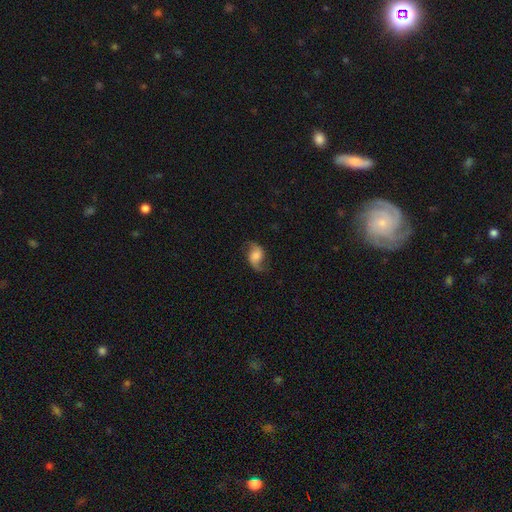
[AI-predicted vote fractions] This appears to be a featured or disk galaxy (62%) with no bar (57%), 2 (85%) loose (69%) spiral arms (93%) and a moderate central bulge (34%). Merging: none (67%).